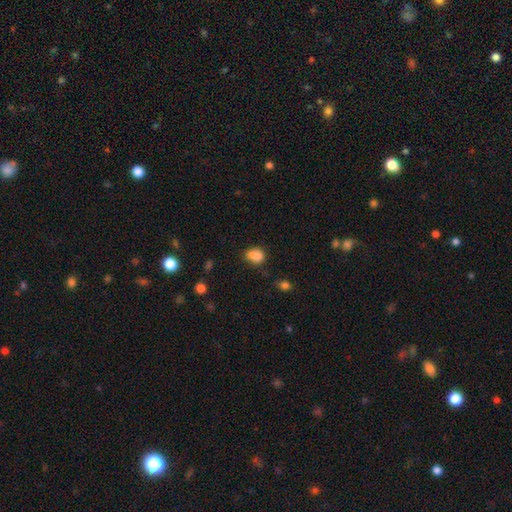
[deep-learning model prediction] This is clearly a smooth galaxy (80%). How rounded: possibly in between (53%). Merging: possibly none (46%).